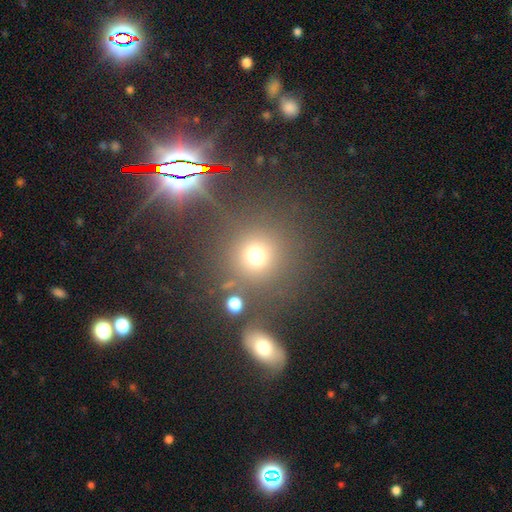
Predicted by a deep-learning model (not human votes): Smooth or featured? Predicted: smooth (p=0.70). How rounded? Predicted: round (p=0.93). Merging? Predicted: none (p=0.78).